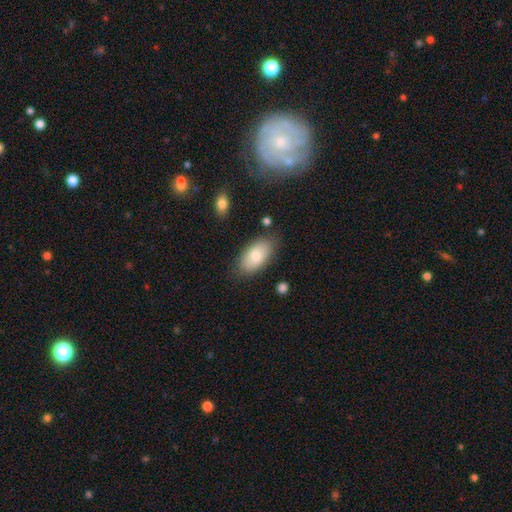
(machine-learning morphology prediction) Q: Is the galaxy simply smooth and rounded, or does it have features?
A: smooth — 79%.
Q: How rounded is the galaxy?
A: in between — 93%.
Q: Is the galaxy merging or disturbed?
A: none — 79%.